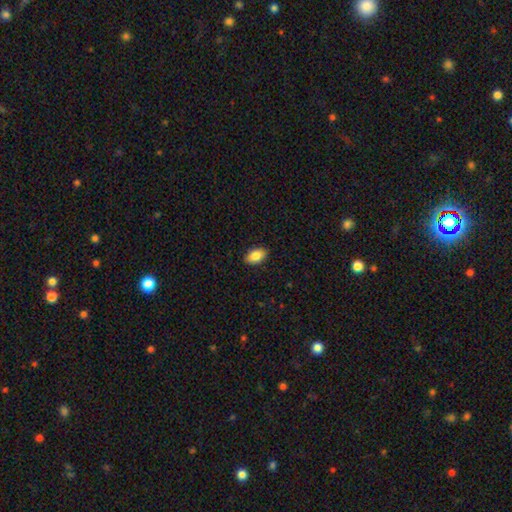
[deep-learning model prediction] A smooth galaxy with no disk features (85%) that is in between round and cigar-shaped (92%).

Vote fractions:
- Smooth or featured? smooth: 85% / featured or disk: 8% / star or artifact: 7%
- How rounded? in between: 92% / round: 7% / cigar-shaped: 2%
- Merging? none: 89% / minor disturbance: 8% / major disturbance: 2% / merger: 1%